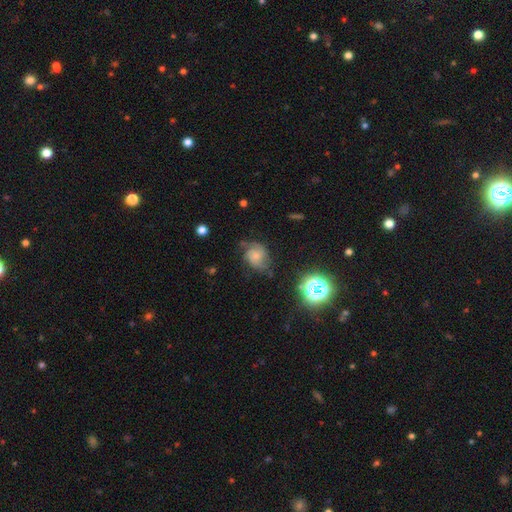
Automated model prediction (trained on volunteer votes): This is possibly a featured or disk galaxy (58%). It is clearly not viewed edge-on (97%). Bar: likely no (75%). Spiral arm pattern: clearly yes (89%). Spiral arm count: possibly 2 (55%). Spiral winding: marginally medium (44%). Central bulge: possibly small (58%). Merging: possibly none (52%).